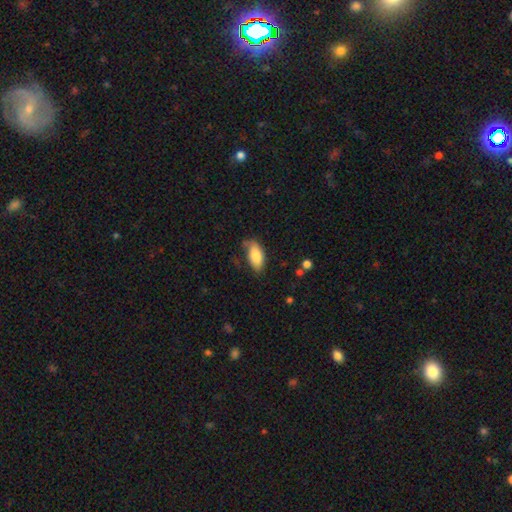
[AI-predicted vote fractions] Q: Smooth or featured?
A: smooth (82%); runner-up: featured or disk (12%)
Q: How rounded?
A: in between (89%); runner-up: cigar-shaped (8%)
Q: Merging?
A: none (57%); runner-up: minor disturbance (31%)